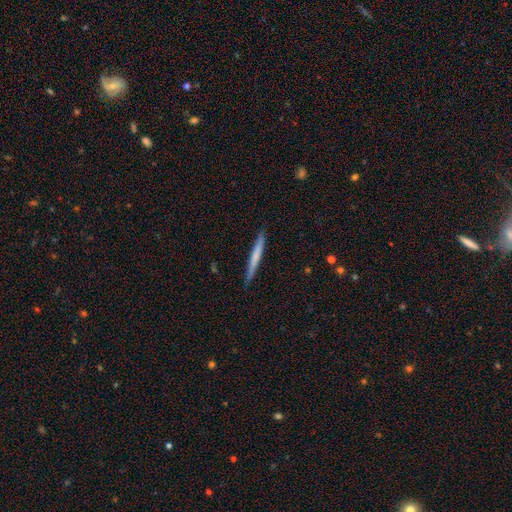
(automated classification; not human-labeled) Smooth or featured? Predicted: smooth (p=0.62). How rounded? Predicted: cigar-shaped (p=0.97). Merging? Predicted: none (p=0.88).